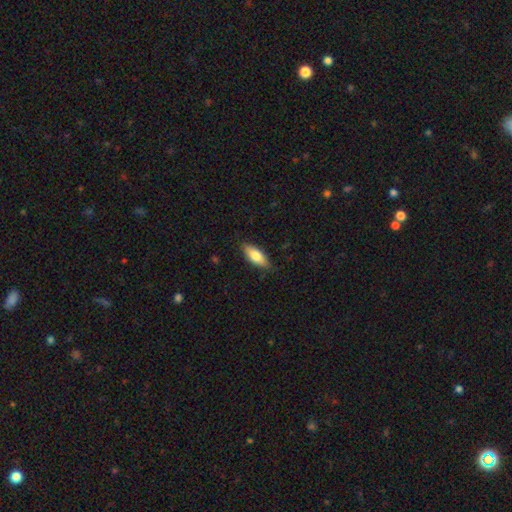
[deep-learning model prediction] A smooth galaxy with no disk features (77%) that is in between round and cigar-shaped (76%). Merging: none (85%).